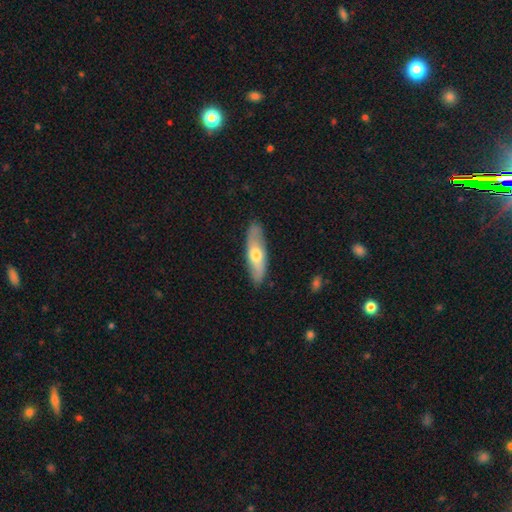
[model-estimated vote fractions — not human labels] A smooth galaxy with no disk features (56%) that is in between round and cigar-shaped (51%).

Vote fractions:
- Smooth or featured? smooth: 56% / featured or disk: 39% / star or artifact: 5%
- How rounded? in between: 51% / cigar-shaped: 46% / round: 2%
- Merging? none: 85% / minor disturbance: 12% / major disturbance: 2% / merger: 1%